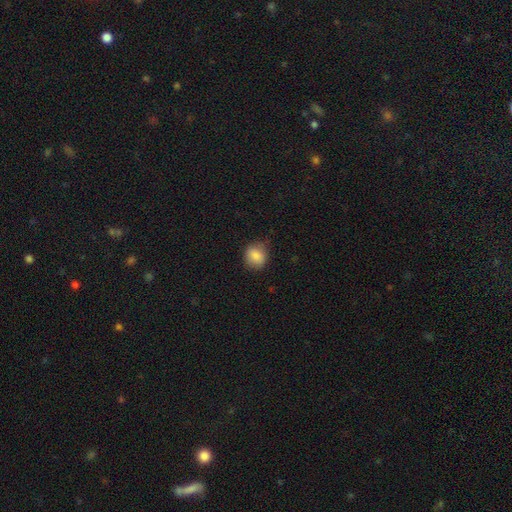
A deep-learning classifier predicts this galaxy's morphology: type=smooth (85%); roundness=round (73%); merging=none (75%).